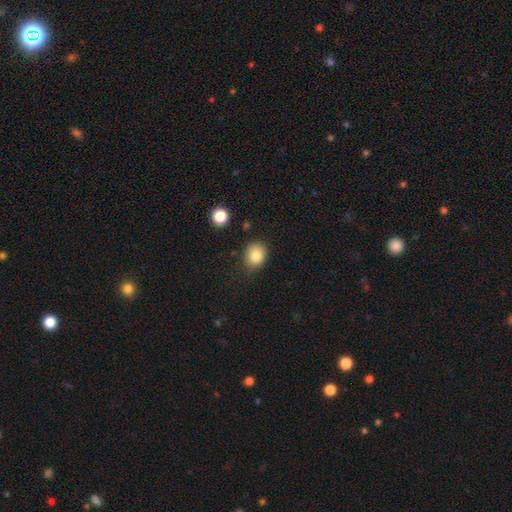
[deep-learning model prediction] Q: Smooth or featured?
A: smooth (83%); runner-up: star or artifact (10%)
Q: How rounded?
A: round (63%); runner-up: in between (36%)
Q: Merging?
A: none (74%); runner-up: minor disturbance (19%)